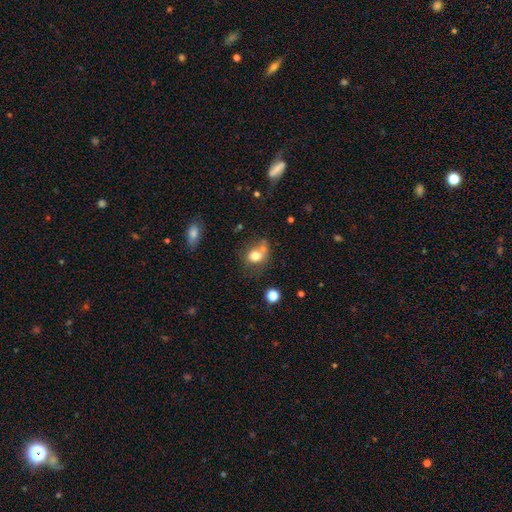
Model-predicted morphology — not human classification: Smooth or featured? smooth (75%)
How rounded? round (58%)
Merging? none (41%)